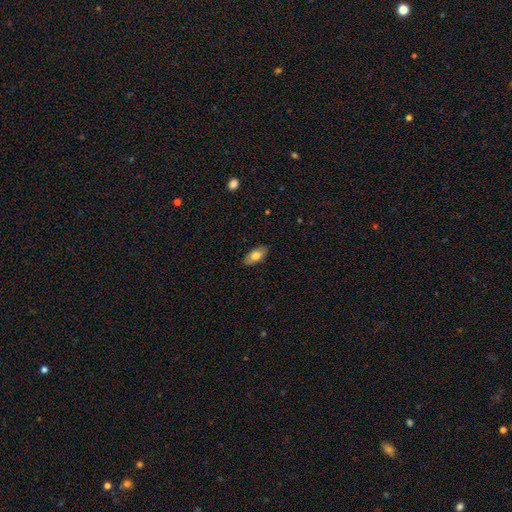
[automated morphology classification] Q: Smooth or featured?
A: smooth (76%); runner-up: featured or disk (18%)
Q: How rounded?
A: in between (89%); runner-up: cigar-shaped (7%)
Q: Merging?
A: none (87%); runner-up: minor disturbance (10%)